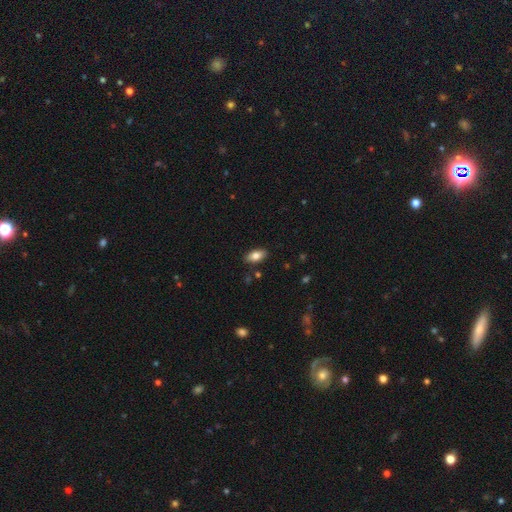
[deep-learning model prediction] The model was most divided on "smooth or featured": smooth: 80%, featured or disk: 13%, star or artifact: 7%. More confident: how rounded — in between (91%); merging — none (87%).